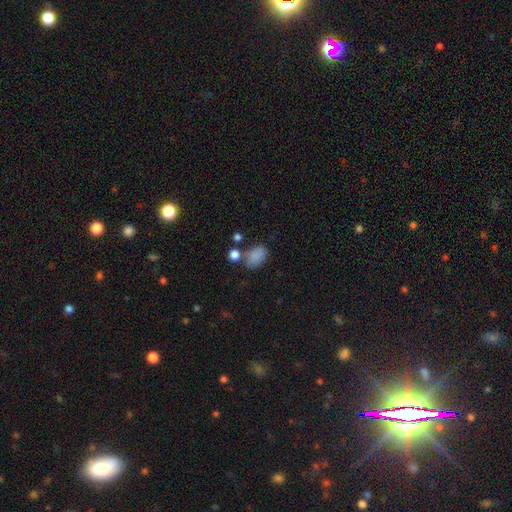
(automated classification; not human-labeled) Smooth or featured? Predicted: smooth (p=0.85). How rounded? Predicted: in between (p=0.86). Merging? Predicted: none (p=0.62).